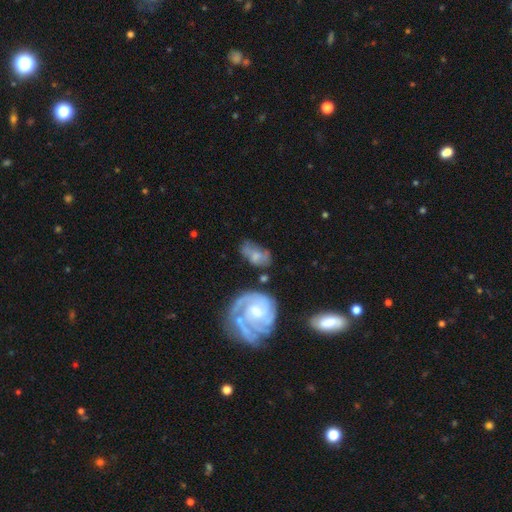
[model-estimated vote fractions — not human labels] This is possibly a featured or disk galaxy (52%). It is clearly not viewed edge-on (94%). Merging: possibly none (48%).